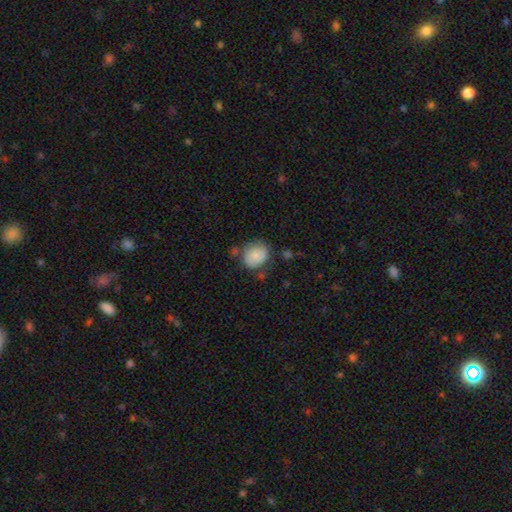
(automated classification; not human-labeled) Smooth or featured?
  - smooth: 82% *
  - featured or disk: 11%
  - star or artifact: 8%
How rounded?
  - round: 61% *
  - in between: 38%
  - cigar-shaped: 1%
Merging?
  - none: 66% *
  - minor disturbance: 21%
  - merger: 7%
  - major disturbance: 6%